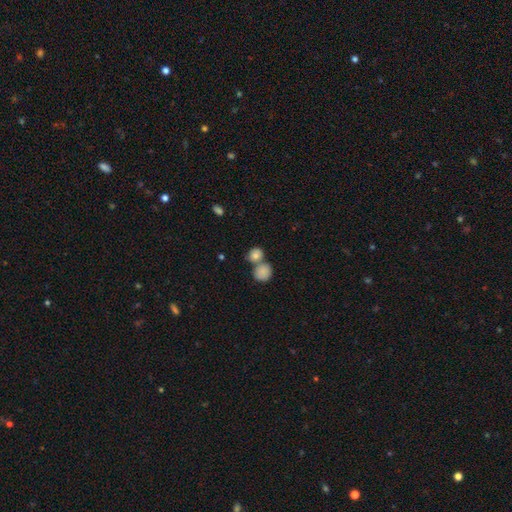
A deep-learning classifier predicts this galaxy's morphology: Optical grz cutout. It shows a smooth galaxy with no disk features (81%) that is round (73%). Merging: merger (44%, tied with none).